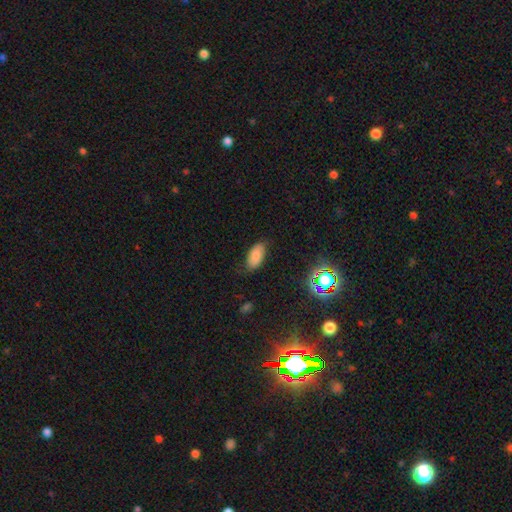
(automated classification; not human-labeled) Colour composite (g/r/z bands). It shows a smooth galaxy with no disk features (78%) that is in between round and cigar-shaped (93%). Merging: none (76%).